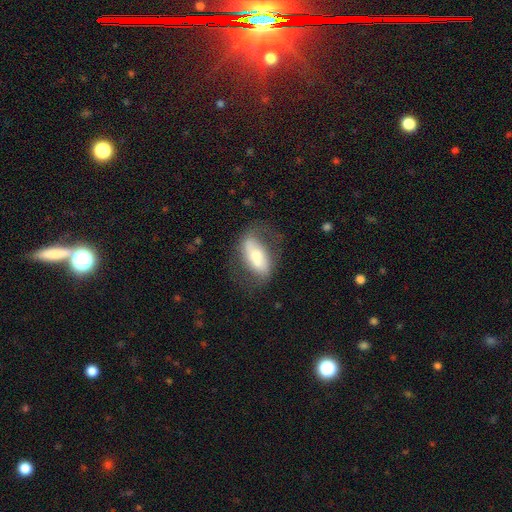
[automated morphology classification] A featured or disk galaxy (56%).

Vote fractions:
- Smooth or featured? featured or disk: 56% / smooth: 37% / star or artifact: 7%
- Edge-on disk? no: 85% / yes: 15%
- Merging? none: 63% / minor disturbance: 20% / major disturbance: 14% / merger: 3%